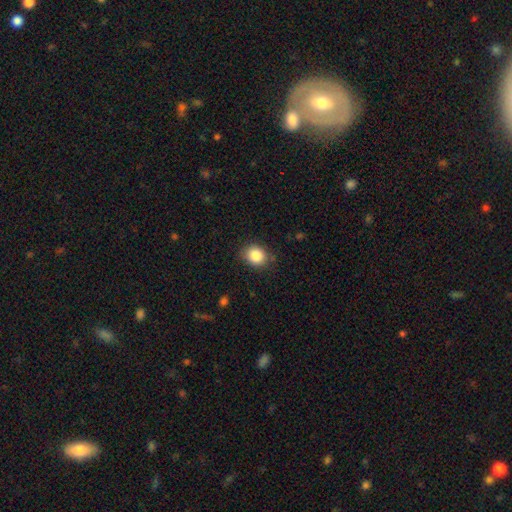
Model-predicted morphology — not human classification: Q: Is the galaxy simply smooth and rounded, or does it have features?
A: smooth — 85%.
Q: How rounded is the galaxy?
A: round — 65%.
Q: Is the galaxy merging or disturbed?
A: none — 82%.